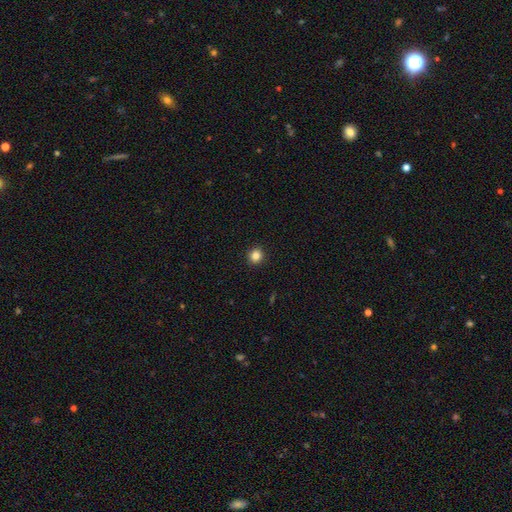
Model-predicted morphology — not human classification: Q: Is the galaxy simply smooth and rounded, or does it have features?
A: smooth — 84%.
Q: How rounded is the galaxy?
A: round — 91%.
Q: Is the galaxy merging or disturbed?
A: none — 93%.